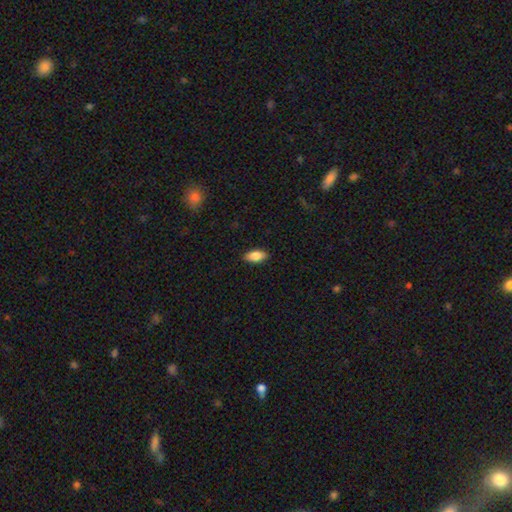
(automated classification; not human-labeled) Q: Smooth or featured?
A: smooth (84%); runner-up: featured or disk (9%)
Q: How rounded?
A: in between (90%); runner-up: cigar-shaped (7%)
Q: Merging?
A: none (88%); runner-up: minor disturbance (9%)